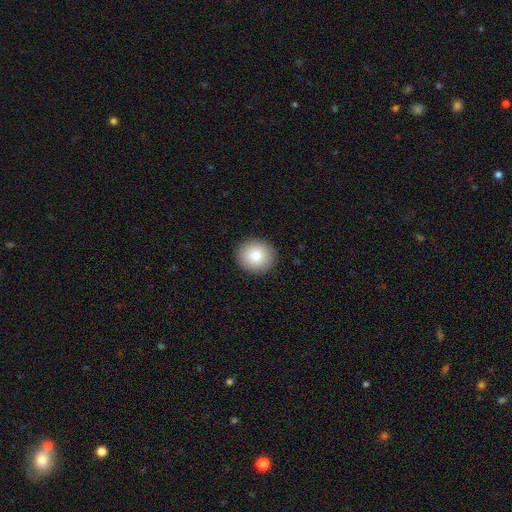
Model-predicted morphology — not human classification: Overall: smooth (85%). How rounded: round (85%). Merging: none (91%).